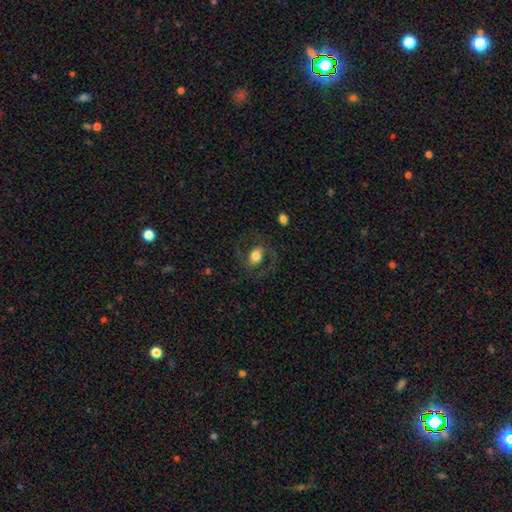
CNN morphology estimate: smooth-or-featured: smooth: 51% | featured or disk: 41% | star or artifact: 8%
  how-rounded: in between: 70% | round: 29% | cigar-shaped: 2%
  merging: none: 70% | minor disturbance: 14% | major disturbance: 14% | merger: 1%